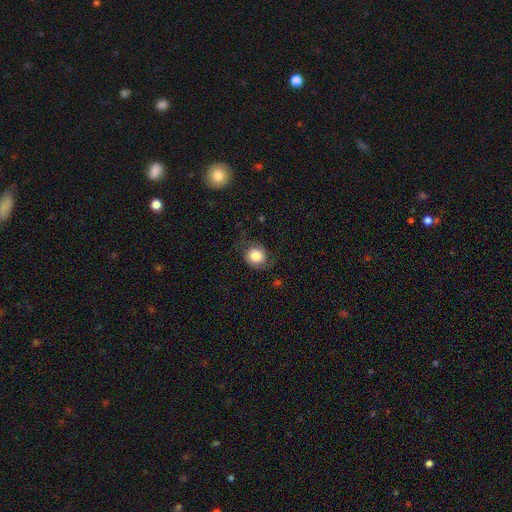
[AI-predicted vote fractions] Smooth or featured? Predicted: smooth (p=0.68). How rounded? Predicted: round (p=0.81). Merging? Predicted: none (p=0.69).